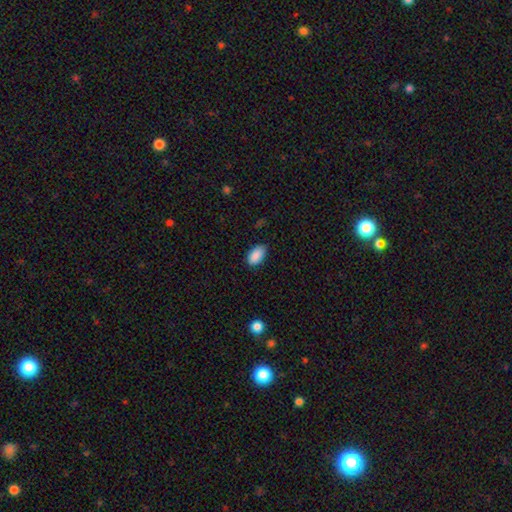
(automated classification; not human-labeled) Q: Smooth or featured?
A: smooth (89%); runner-up: star or artifact (7%)
Q: How rounded?
A: in between (94%); runner-up: round (4%)
Q: Merging?
A: none (77%); runner-up: minor disturbance (19%)